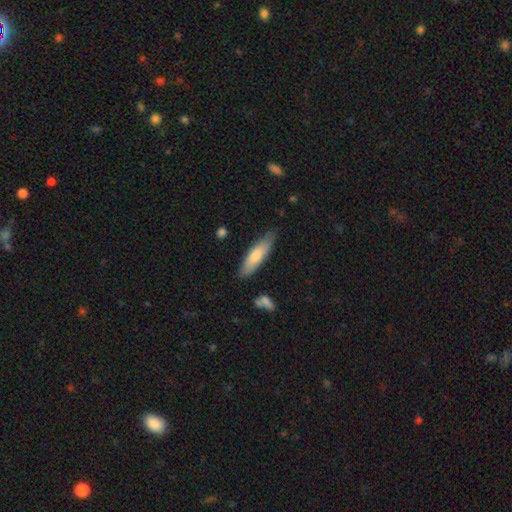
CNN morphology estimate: Smooth or featured? Predicted: smooth (p=0.72). How rounded? Predicted: cigar-shaped (p=0.68). Merging? Predicted: none (p=0.82).